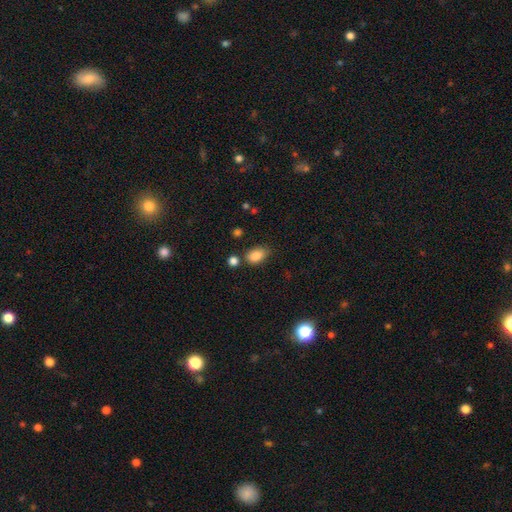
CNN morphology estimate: Smooth or featured? Predicted: smooth (p=0.86). How rounded? Predicted: in between (p=0.86). Merging? Predicted: none (p=0.68).